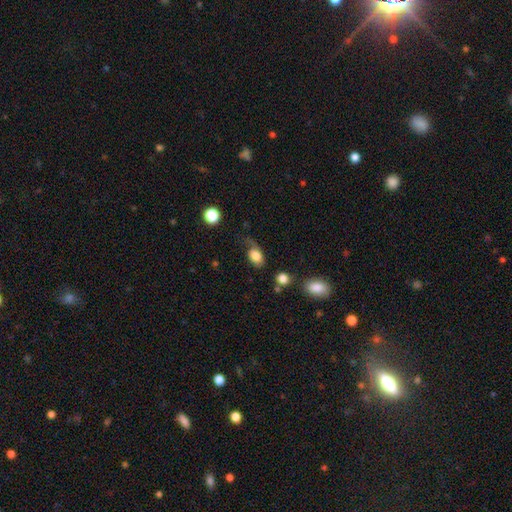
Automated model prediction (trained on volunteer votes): Smooth or featured: smooth — 77% (featured or disk — 14%)
How rounded: in between — 80% (round — 18%)
Merging: none — 42% (minor disturbance — 29%)